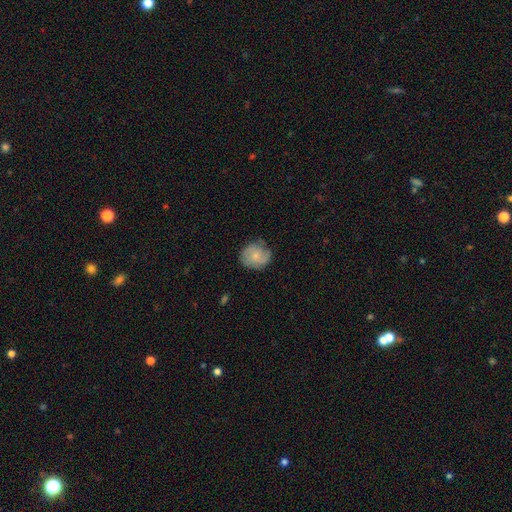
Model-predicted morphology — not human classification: This is likely a smooth galaxy (62%). How rounded: likely round (76%). Merging: likely none (70%).